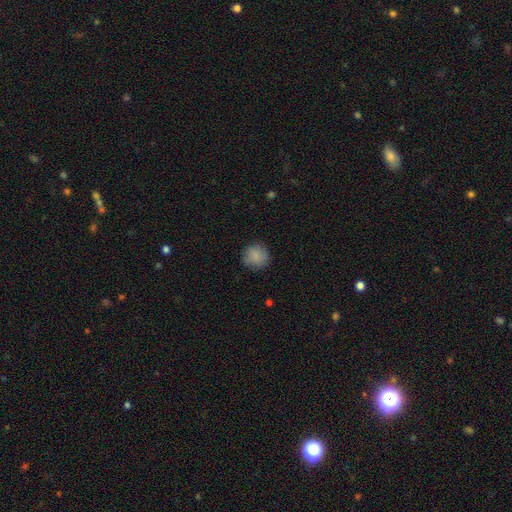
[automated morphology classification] smooth-or-featured: smooth: 85% | star or artifact: 8% | featured or disk: 7%
  how-rounded: round: 92% | in between: 7% | cigar-shaped: 1%
  merging: none: 84% | minor disturbance: 12% | major disturbance: 3% | merger: 1%